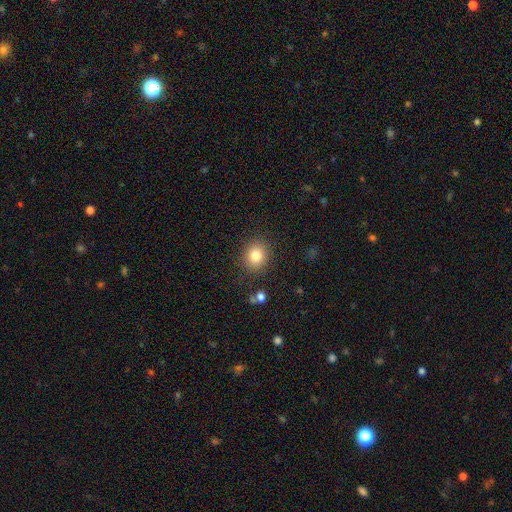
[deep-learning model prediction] Smooth or featured? smooth (82%)
How rounded? round (77%)
Merging? none (87%)